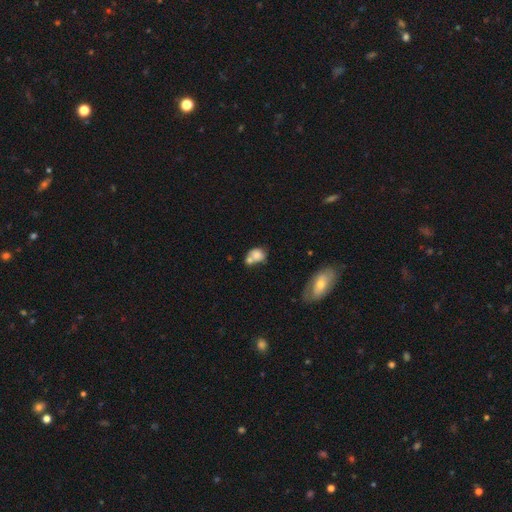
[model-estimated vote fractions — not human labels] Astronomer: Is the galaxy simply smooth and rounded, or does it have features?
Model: smooth — 73%.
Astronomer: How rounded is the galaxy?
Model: in between — 50% (runner-up: round, 49%).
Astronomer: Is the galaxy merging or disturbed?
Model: merger — 51% (runner-up: none, 28%).